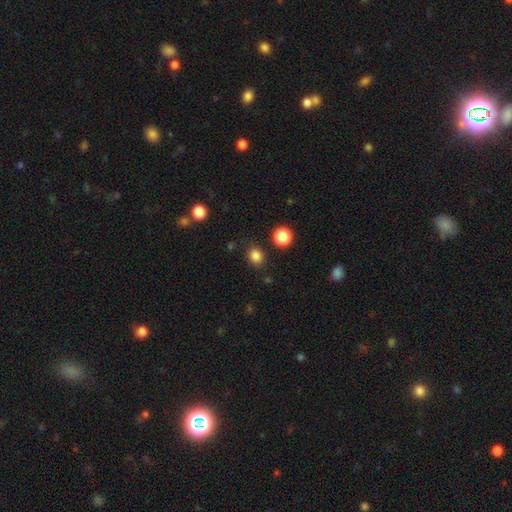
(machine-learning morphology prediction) smooth 84%, star or artifact 13%, featured or disk 4%. Down the decision tree: how rounded — round (71%); merging — none (86%).